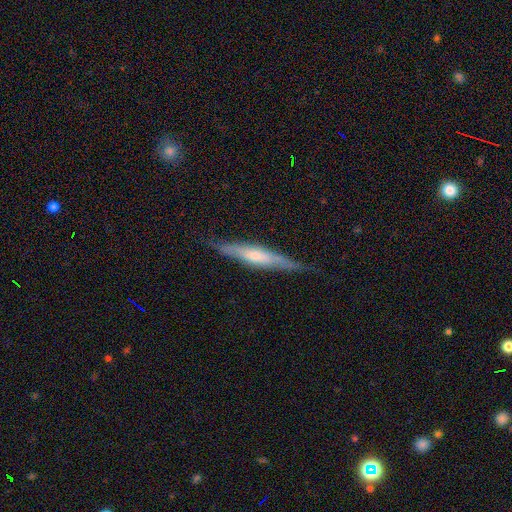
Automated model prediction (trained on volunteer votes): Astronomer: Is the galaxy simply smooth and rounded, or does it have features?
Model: featured or disk — 63%.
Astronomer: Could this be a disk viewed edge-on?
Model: yes — 91%.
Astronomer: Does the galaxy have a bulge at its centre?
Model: rounded — 54%.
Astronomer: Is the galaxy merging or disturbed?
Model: none — 80%.